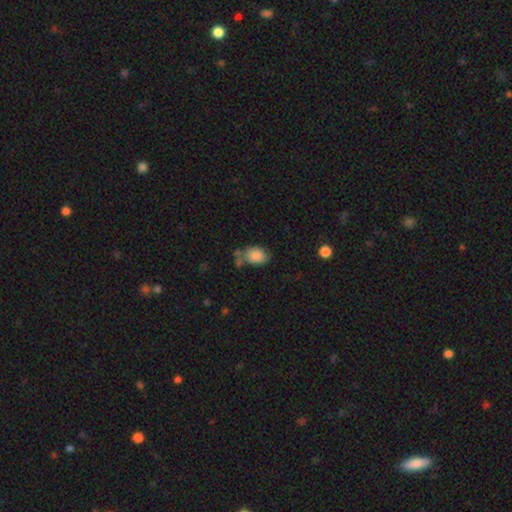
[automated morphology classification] Overall: smooth (84%). How rounded: in between (77%). Merging: none (51%; minor disturbance 24%).